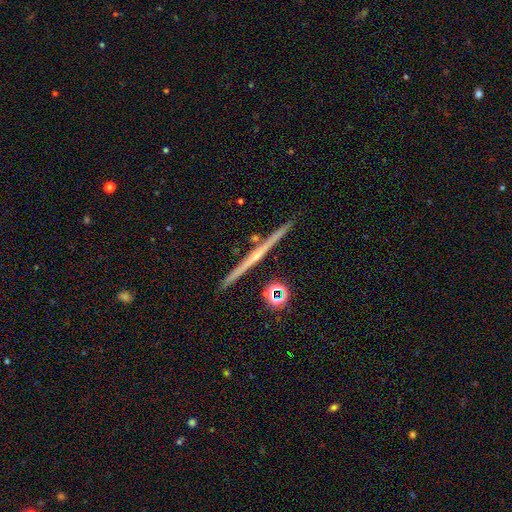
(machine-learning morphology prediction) Smooth or featured?
  - featured or disk: 78% *
  - smooth: 14%
  - star or artifact: 8%
Edge-on disk?
  - yes: 98% *
  - no: 2%
Edge-on bulge?
  - rounded: 57% *
  - none: 38%
  - boxy: 5%
Merging?
  - none: 90% *
  - minor disturbance: 6%
  - merger: 2%
  - major disturbance: 1%